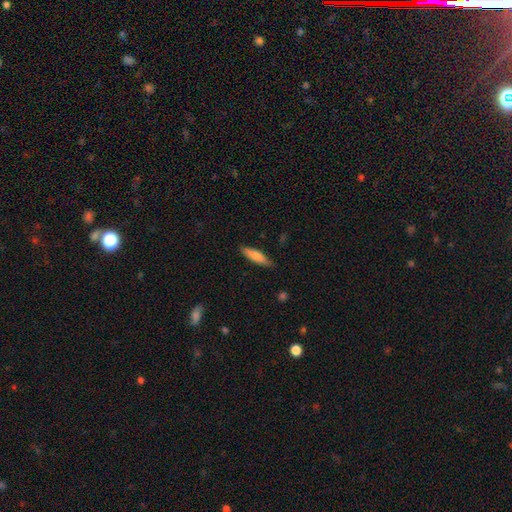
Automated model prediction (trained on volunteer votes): Smooth or featured?
  - smooth: 77% *
  - featured or disk: 17%
  - star or artifact: 6%
How rounded?
  - cigar-shaped: 66% *
  - in between: 32%
  - round: 2%
Merging?
  - none: 83% *
  - minor disturbance: 13%
  - major disturbance: 2%
  - merger: 1%